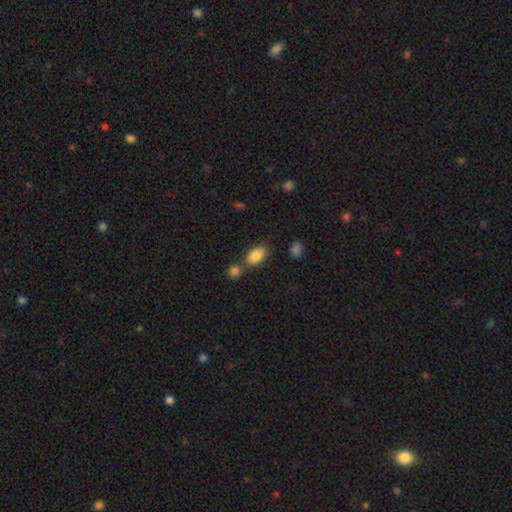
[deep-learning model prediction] Smooth or featured?
  - smooth: 84% *
  - featured or disk: 8%
  - star or artifact: 8%
How rounded?
  - in between: 90% *
  - round: 8%
  - cigar-shaped: 2%
Merging?
  - none: 65% *
  - merger: 20%
  - minor disturbance: 12%
  - major disturbance: 3%